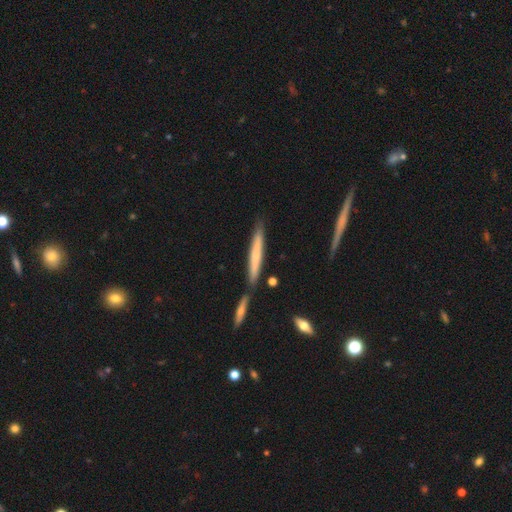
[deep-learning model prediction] smooth_or_featured: smooth (p=0.61) [alt: featured or disk p=0.33]
how_rounded: cigar-shaped (p=0.94) [alt: in between p=0.04]
merging: none (p=0.76) [alt: minor disturbance p=0.11]